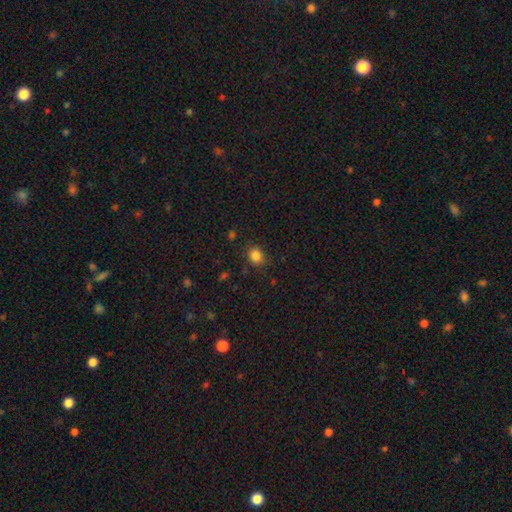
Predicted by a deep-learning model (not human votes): This appears to be a smooth galaxy with no disk features (84%) that is round (74%). Merging: none (84%).